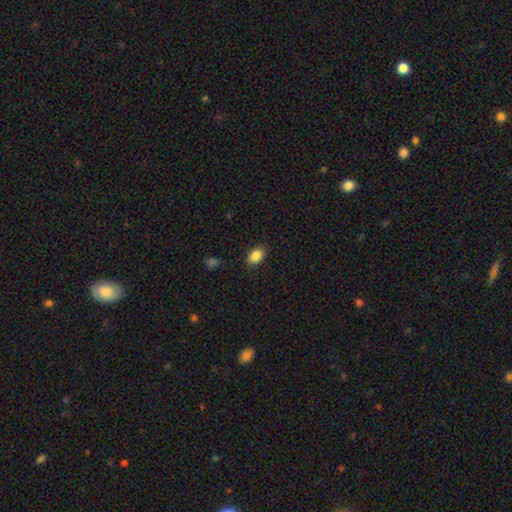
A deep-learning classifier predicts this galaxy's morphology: This is clearly a smooth galaxy (86%). How rounded: clearly in between (81%). Merging: clearly none (86%).